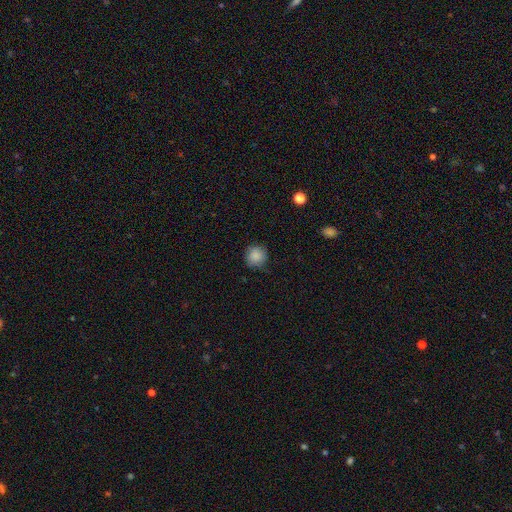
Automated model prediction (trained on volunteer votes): smooth-or-featured: smooth: 87% | star or artifact: 9% | featured or disk: 5%
  how-rounded: round: 90% | in between: 9% | cigar-shaped: 1%
  merging: none: 83% | minor disturbance: 13% | major disturbance: 3% | merger: 1%